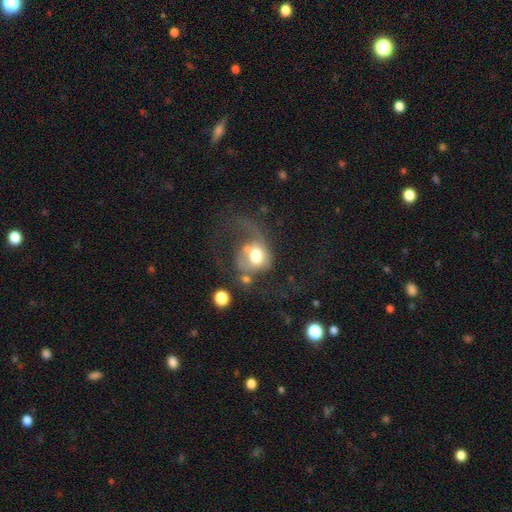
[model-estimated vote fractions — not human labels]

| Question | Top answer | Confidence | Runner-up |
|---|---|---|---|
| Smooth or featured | smooth | 53% | featured or disk (38%) |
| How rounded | round | 67% | in between (32%) |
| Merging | major disturbance | 52% | none (19%) |